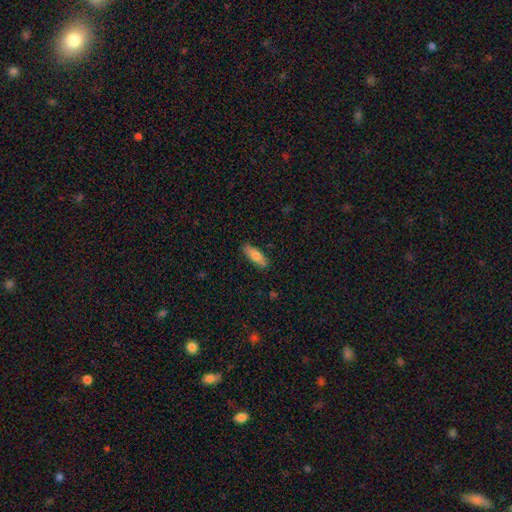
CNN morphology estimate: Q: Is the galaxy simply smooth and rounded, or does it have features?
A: smooth — 71%.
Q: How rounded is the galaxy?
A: in between — 51%.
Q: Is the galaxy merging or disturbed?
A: none — 86%.